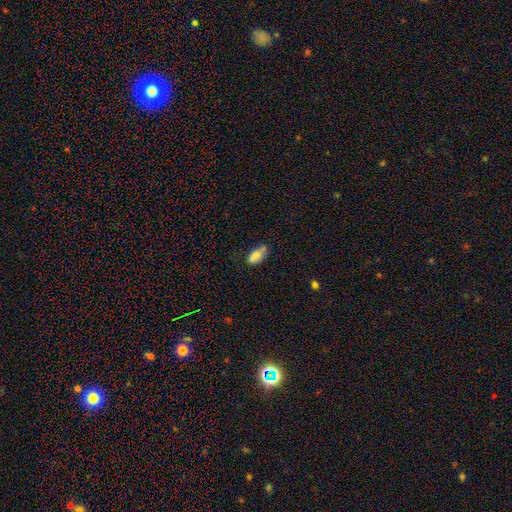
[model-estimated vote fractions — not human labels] smooth-or-featured: smooth: 76% | featured or disk: 16% | star or artifact: 8%
  how-rounded: in between: 91% | round: 4% | cigar-shaped: 4%
  merging: none: 48% | minor disturbance: 27% | merger: 17% | major disturbance: 8%